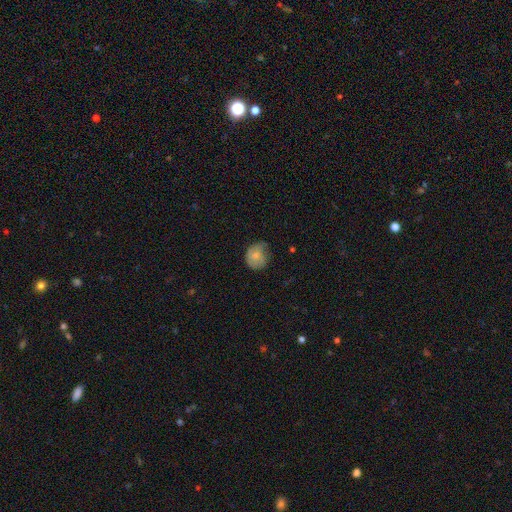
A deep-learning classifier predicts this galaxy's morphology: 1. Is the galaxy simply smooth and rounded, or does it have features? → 72% smooth, 20% featured or disk, 8% star or artifact.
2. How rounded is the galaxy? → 66% round, 33% in between, 1% cigar-shaped.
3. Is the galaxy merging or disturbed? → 50% none, 37% minor disturbance, 12% major disturbance, 1% merger.